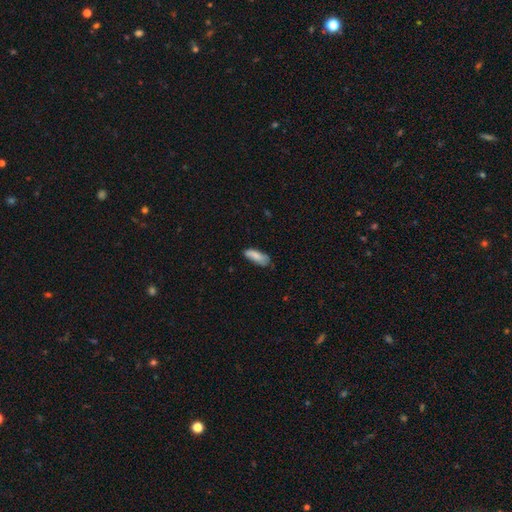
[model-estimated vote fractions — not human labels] smooth 79%, featured or disk 14%, star or artifact 7%. Down the decision tree: how rounded — in between (68%); merging — none (59%).